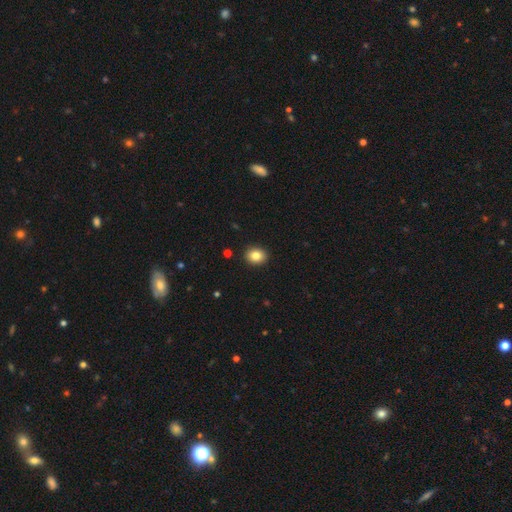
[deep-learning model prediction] smooth-or-featured: smooth: 84% | star or artifact: 10% | featured or disk: 6%
  how-rounded: round: 60% | in between: 39% | cigar-shaped: 1%
  merging: none: 92% | minor disturbance: 6% | major disturbance: 2% | merger: 1%